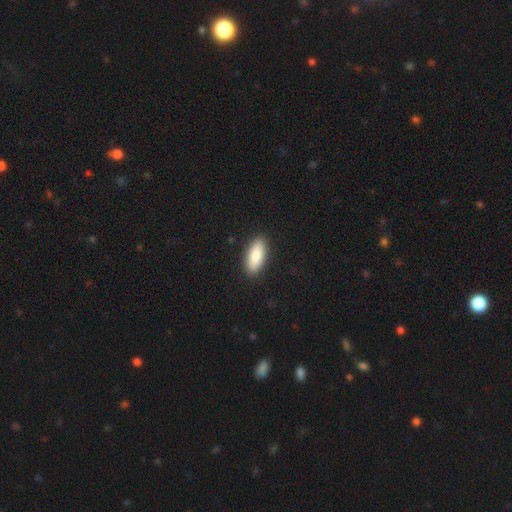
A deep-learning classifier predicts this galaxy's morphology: The model was most divided on "how rounded": in between: 79%, cigar-shaped: 19%, round: 2%. More confident: merging — none (90%); smooth or featured — smooth (84%).